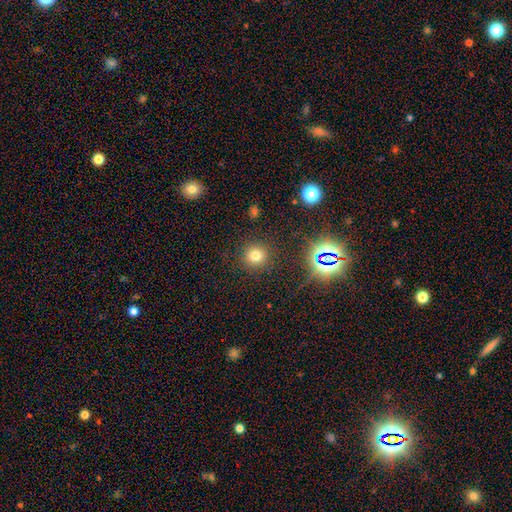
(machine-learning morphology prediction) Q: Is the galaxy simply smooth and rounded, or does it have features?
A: smooth — 73%.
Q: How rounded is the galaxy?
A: round — 92%.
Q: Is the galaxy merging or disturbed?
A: none — 89%.